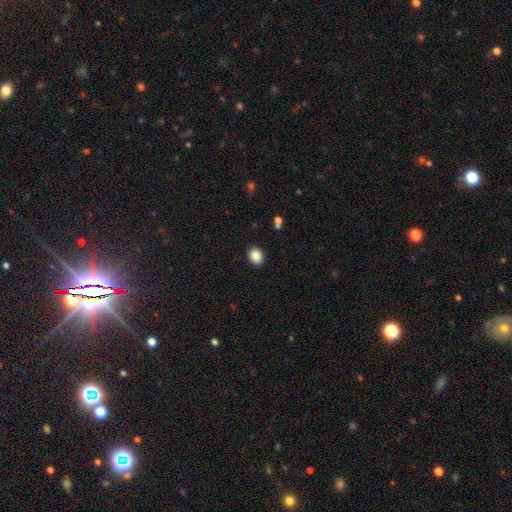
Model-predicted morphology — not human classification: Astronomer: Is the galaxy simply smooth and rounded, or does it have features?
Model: smooth — 87%.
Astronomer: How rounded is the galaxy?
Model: in between — 58% (runner-up: round, 41%).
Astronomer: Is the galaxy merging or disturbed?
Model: none — 90%.